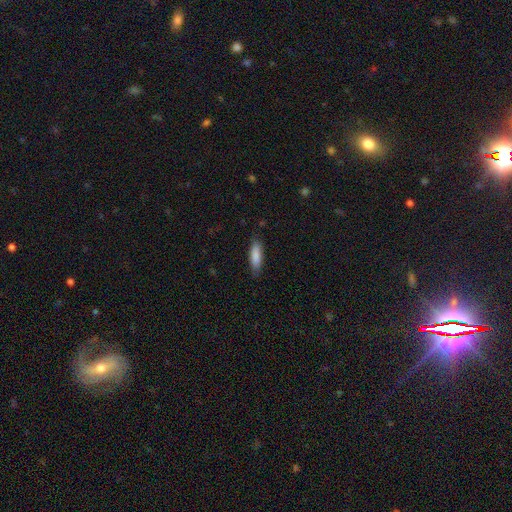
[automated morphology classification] A smooth galaxy with no disk features (87%) that is cigar-shaped (57%). Merging: none (84%).